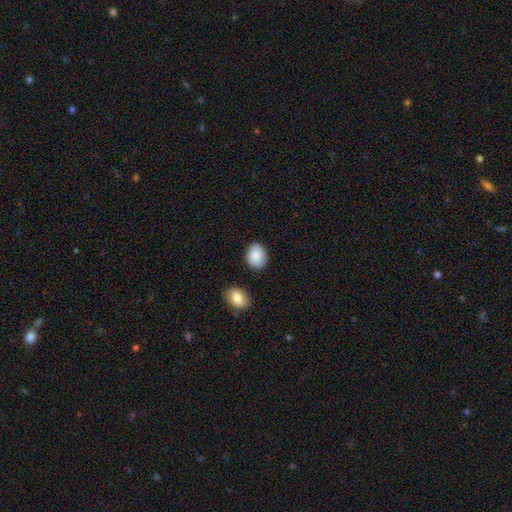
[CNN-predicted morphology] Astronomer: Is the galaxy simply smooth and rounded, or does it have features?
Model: smooth — 89%.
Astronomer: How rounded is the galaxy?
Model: in between — 56% (runner-up: round, 43%).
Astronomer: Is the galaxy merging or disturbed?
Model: none — 81%.